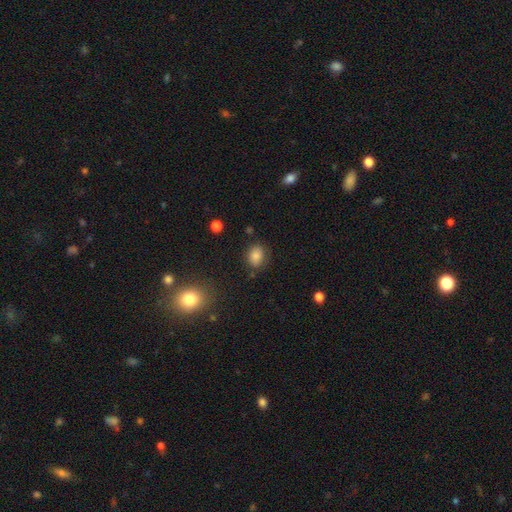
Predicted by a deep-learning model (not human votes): Q: Smooth or featured?
A: smooth (83%); runner-up: star or artifact (11%)
Q: How rounded?
A: round (51%); runner-up: in between (48%)
Q: Merging?
A: none (82%); runner-up: minor disturbance (12%)